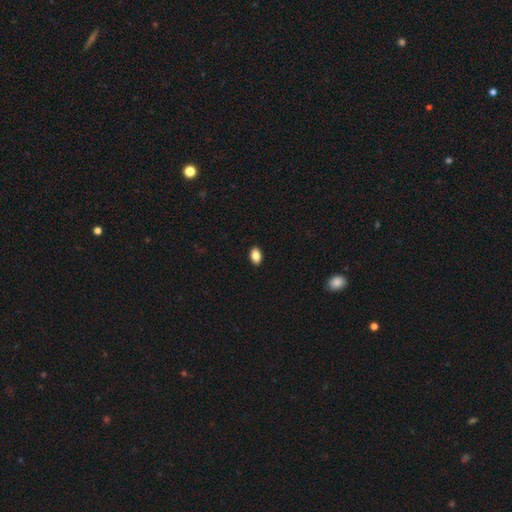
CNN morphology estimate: Smooth or featured: smooth — 86% (star or artifact — 8%)
How rounded: in between — 89% (round — 10%)
Merging: none — 90% (minor disturbance — 7%)